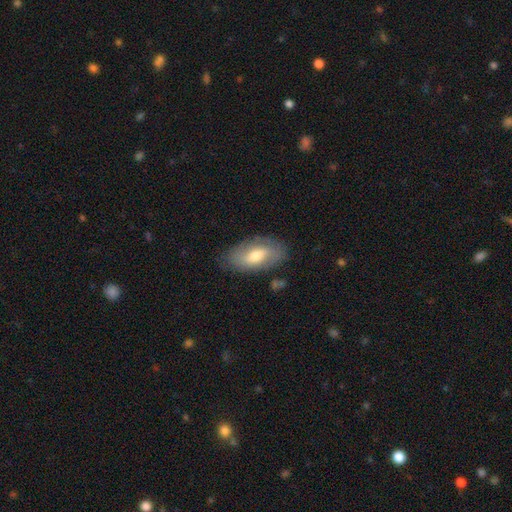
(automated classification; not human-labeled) Smooth or featured: smooth — 60% (featured or disk — 34%)
How rounded: in between — 92% (cigar-shaped — 4%)
Merging: none — 77% (minor disturbance — 17%)